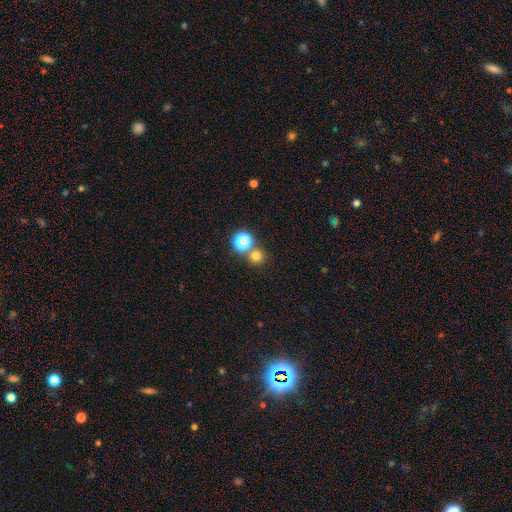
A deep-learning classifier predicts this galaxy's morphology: This appears to be a smooth galaxy with no disk features (73%) that is round (93%). Merging: none (73%).